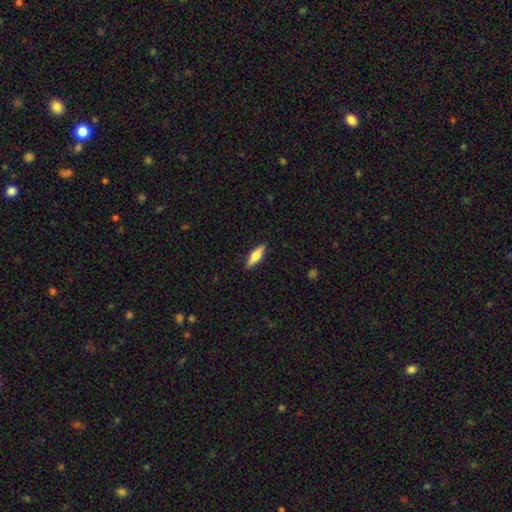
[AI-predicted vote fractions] A smooth galaxy with no disk features (67%) that is in between round and cigar-shaped (50%).

Vote fractions:
- Smooth or featured? smooth: 67% / featured or disk: 27% / star or artifact: 6%
- How rounded? in between: 50% / cigar-shaped: 48% / round: 2%
- Merging? none: 87% / minor disturbance: 10% / major disturbance: 2% / merger: 1%